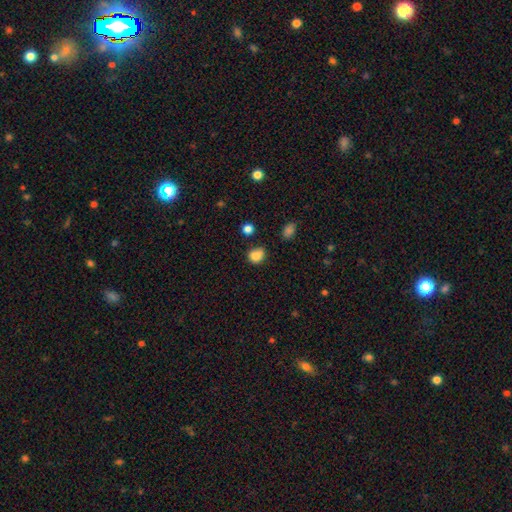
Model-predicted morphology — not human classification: A smooth galaxy with no disk features (83%) that is round (72%). Merging: none (62%).